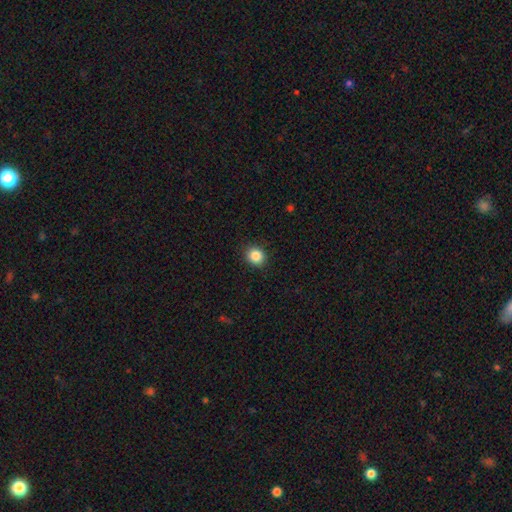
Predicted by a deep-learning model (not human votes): A smooth galaxy with no disk features (86%) that is round (77%).

Vote fractions:
- Smooth or featured? smooth: 86% / star or artifact: 10% / featured or disk: 4%
- How rounded? round: 77% / in between: 22% / cigar-shaped: 1%
- Merging? none: 90% / minor disturbance: 7% / major disturbance: 2% / merger: 1%